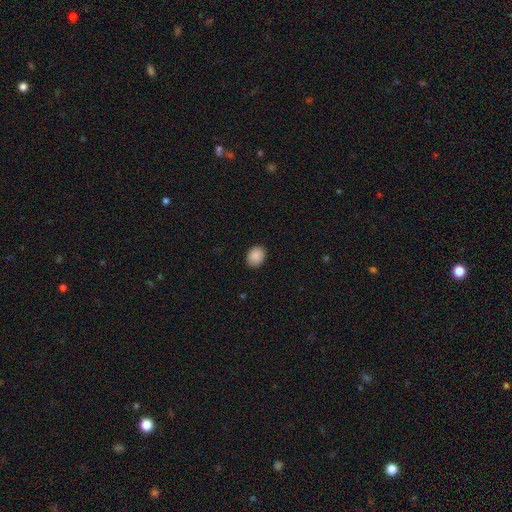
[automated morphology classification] Q: Smooth or featured?
A: smooth (89%); runner-up: star or artifact (8%)
Q: How rounded?
A: in between (55%); runner-up: round (45%)
Q: Merging?
A: none (89%); runner-up: minor disturbance (8%)